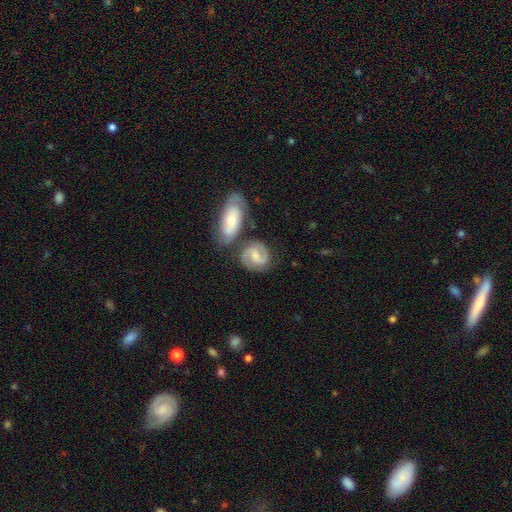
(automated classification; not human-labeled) featured or disk 76%, smooth 18%, star or artifact 6%. Down the decision tree: edge-on disk — no (96%); bar — weak (52%); spiral arms — yes (96%); spiral arm count — 2 (89%); spiral winding — medium (53%); bulge size — small (44%); merging — none (64%).